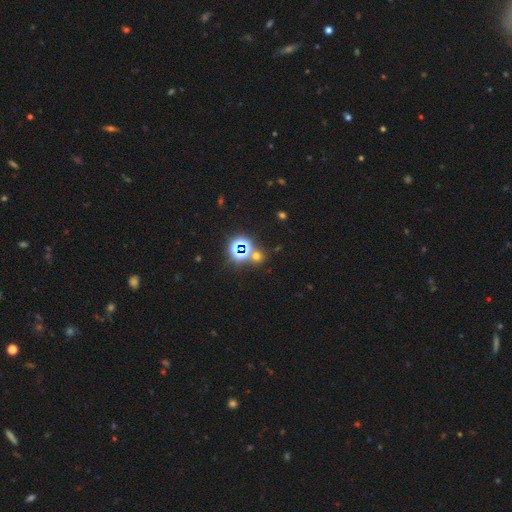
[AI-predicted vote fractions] A star or artifact, not a galaxy (55%).